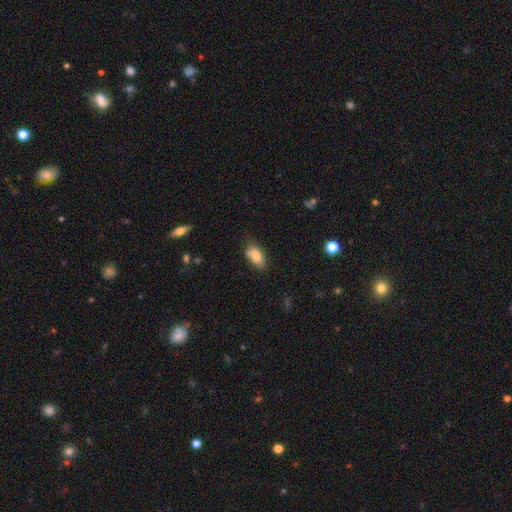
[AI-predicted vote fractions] smooth-or-featured: smooth: 82% | featured or disk: 11% | star or artifact: 8%
  how-rounded: in between: 90% | cigar-shaped: 6% | round: 4%
  merging: none: 65% | minor disturbance: 25% | major disturbance: 5% | merger: 5%